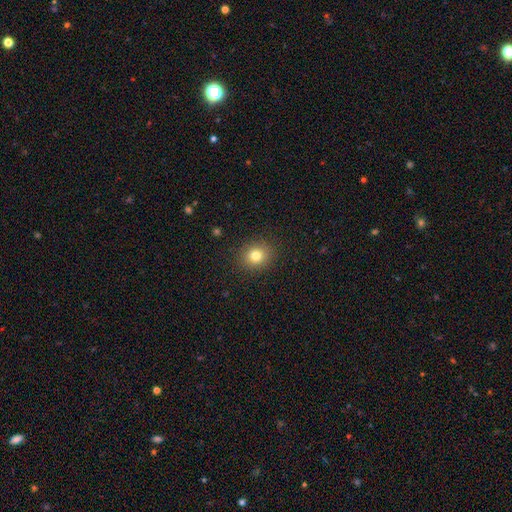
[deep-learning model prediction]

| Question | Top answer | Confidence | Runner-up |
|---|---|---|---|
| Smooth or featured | smooth | 79% | star or artifact (12%) |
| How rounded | round | 74% | in between (25%) |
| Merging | none | 89% | minor disturbance (7%) |